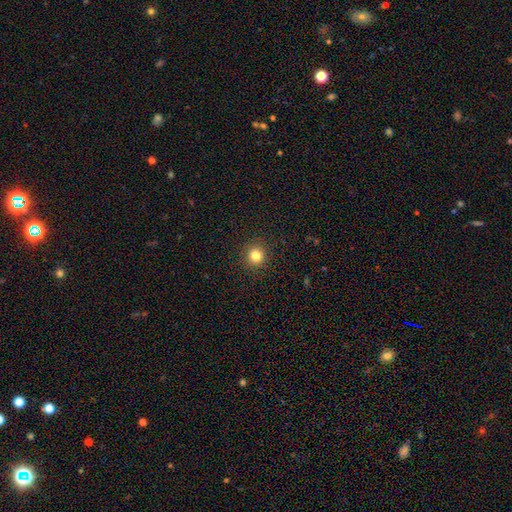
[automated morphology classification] This appears to be a smooth galaxy with no disk features (82%) that is round (94%). Merging: none (92%).